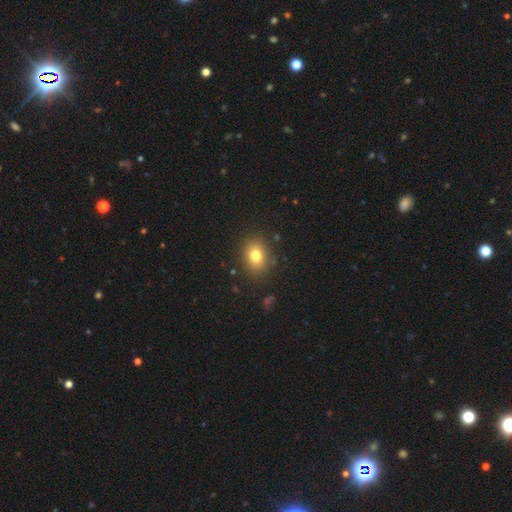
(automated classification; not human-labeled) A smooth galaxy with no disk features (79%) that is in between round and cigar-shaped (54%).

Vote fractions:
- Smooth or featured? smooth: 79% / star or artifact: 11% / featured or disk: 10%
- How rounded? in between: 54% / round: 45% / cigar-shaped: 1%
- Merging? none: 86% / minor disturbance: 9% / major disturbance: 3% / merger: 2%